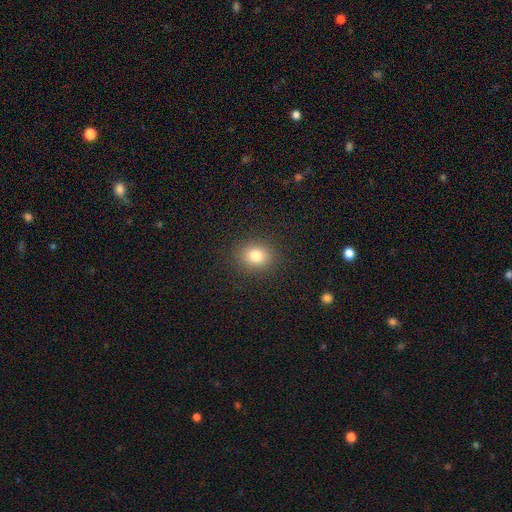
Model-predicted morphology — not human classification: smooth-or-featured: smooth: 80% | star or artifact: 13% | featured or disk: 8%
  how-rounded: round: 65% | in between: 34% | cigar-shaped: 1%
  merging: none: 89% | minor disturbance: 7% | major disturbance: 3% | merger: 1%